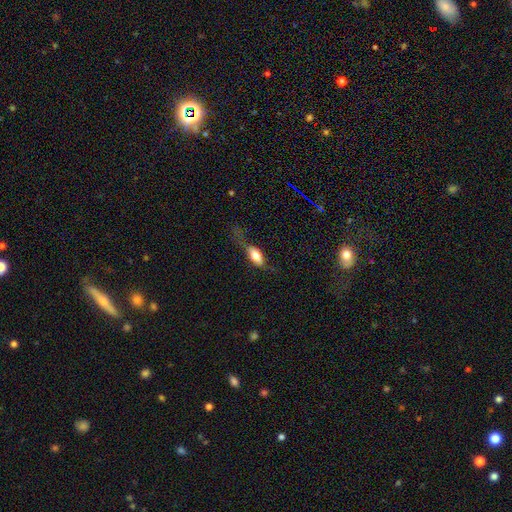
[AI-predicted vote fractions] smooth-or-featured: smooth: 61% | featured or disk: 31% | star or artifact: 8%
  how-rounded: in between: 79% | cigar-shaped: 14% | round: 7%
  merging: none: 40% | major disturbance: 31% | minor disturbance: 25% | merger: 3%